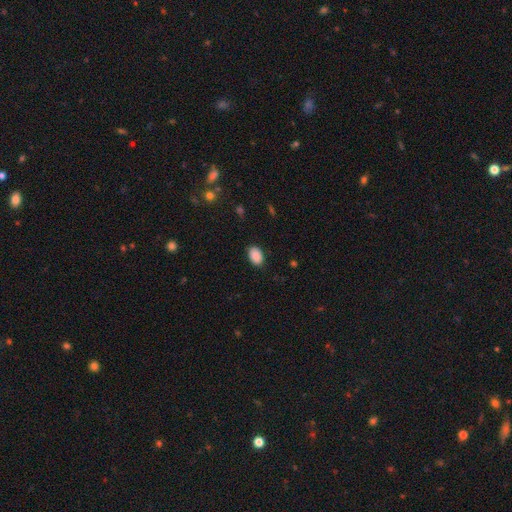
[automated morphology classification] Overall: smooth (89%). How rounded: in between (86%). Merging: none (87%).